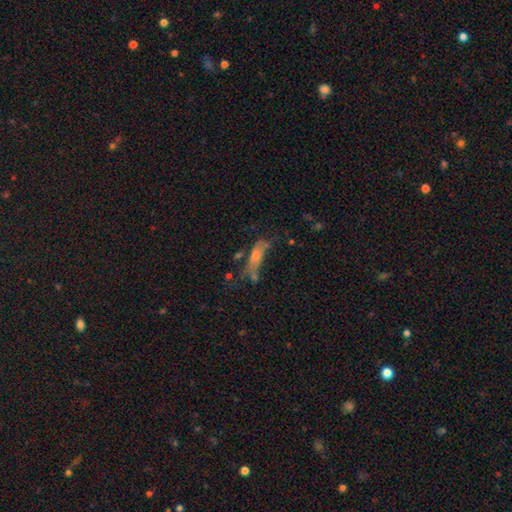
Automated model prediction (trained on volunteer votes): Smooth or featured: smooth — 58% (featured or disk — 29%)
How rounded: cigar-shaped — 50% (in between — 47%)
Merging: none — 33% (major disturbance — 26%)